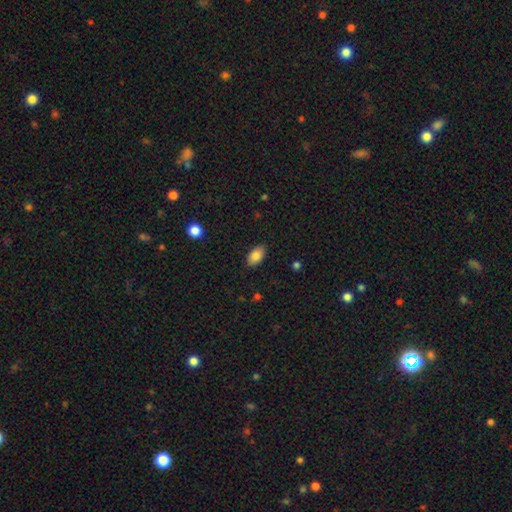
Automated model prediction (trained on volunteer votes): This is clearly a smooth galaxy (84%). How rounded: clearly in between (92%). Merging: clearly none (86%).